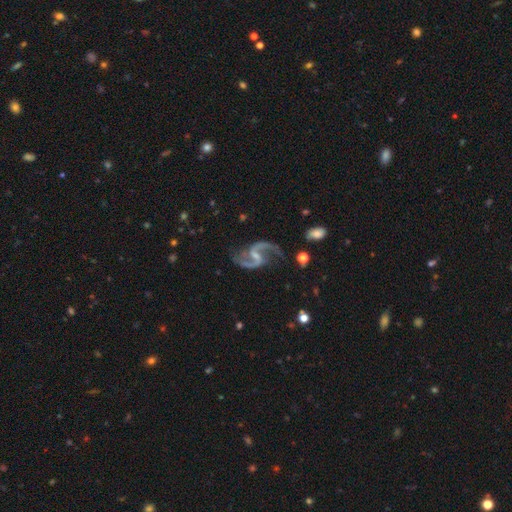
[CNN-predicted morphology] smooth-or-featured: featured or disk: 93% | star or artifact: 4% | smooth: 3%
  disk-edge-on: no: 98% | yes: 2%
    bar: weak: 53% | strong: 25% | no: 21%
    has-spiral-arms: yes: 98% | no: 2%
      spiral-winding: loose: 65% | medium: 30% | tight: 5%
      spiral-arm-count: 2: 94% | 1: 1% | can't tell: 1% | 3: 1% | 4: 1% | more than 4: 1%
    bulge-size: small: 51% | none: 28% | moderate: 18% | large: 2% | dominant: 1%
  merging: none: 73% | minor disturbance: 16% | major disturbance: 9% | merger: 3%